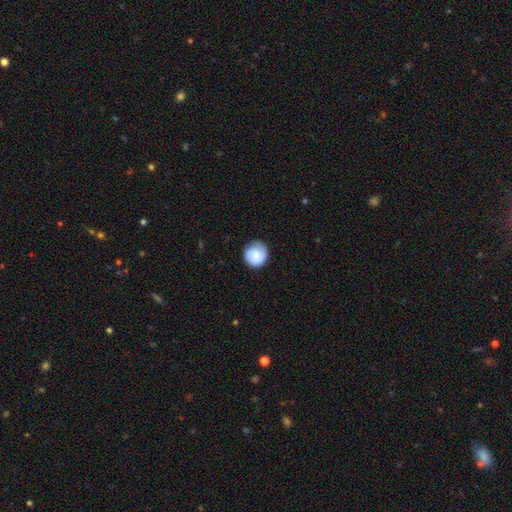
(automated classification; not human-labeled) A smooth galaxy with no disk features (79%) that is round (91%). Merging: none (80%).